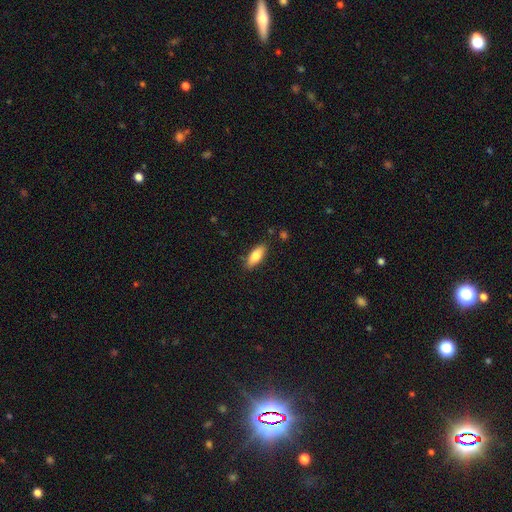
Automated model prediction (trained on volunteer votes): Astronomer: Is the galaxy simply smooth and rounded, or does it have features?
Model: smooth — 78%.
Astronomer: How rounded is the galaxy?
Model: in between — 71%.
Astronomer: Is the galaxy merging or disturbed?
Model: none — 85%.